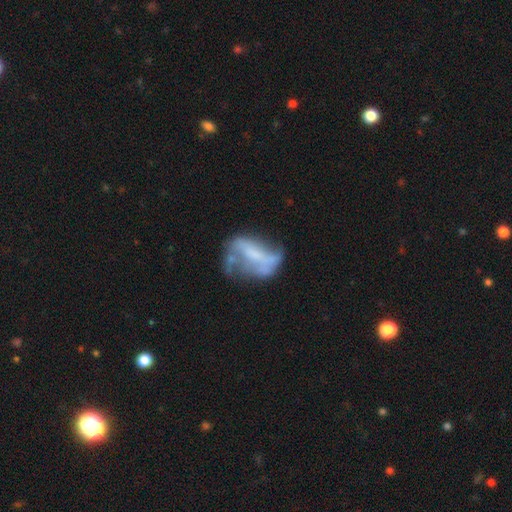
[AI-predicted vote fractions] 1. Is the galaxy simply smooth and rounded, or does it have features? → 65% featured or disk, 25% smooth, 11% star or artifact.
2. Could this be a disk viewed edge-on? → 94% no, 6% yes.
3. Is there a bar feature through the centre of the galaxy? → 42% no, 30% weak, 28% strong.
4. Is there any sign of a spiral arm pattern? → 56% no, 44% yes.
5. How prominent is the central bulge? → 49% none, 27% small, 18% moderate, 5% large, 2% dominant.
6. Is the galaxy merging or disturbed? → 34% none, 32% major disturbance, 24% minor disturbance, 10% merger.